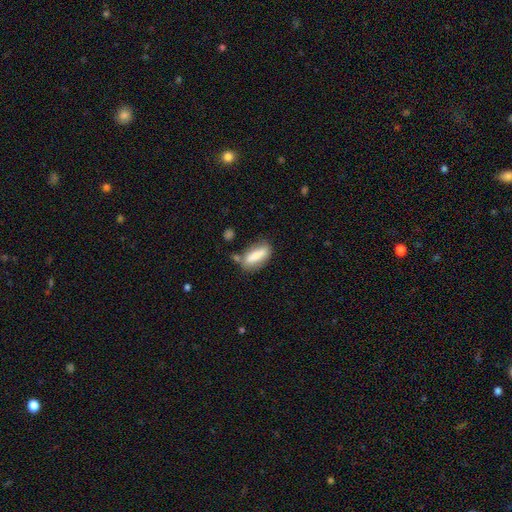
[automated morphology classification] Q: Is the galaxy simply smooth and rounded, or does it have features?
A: smooth — 72%.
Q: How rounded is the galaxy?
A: in between — 66%.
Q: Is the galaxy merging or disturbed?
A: none — 61%.